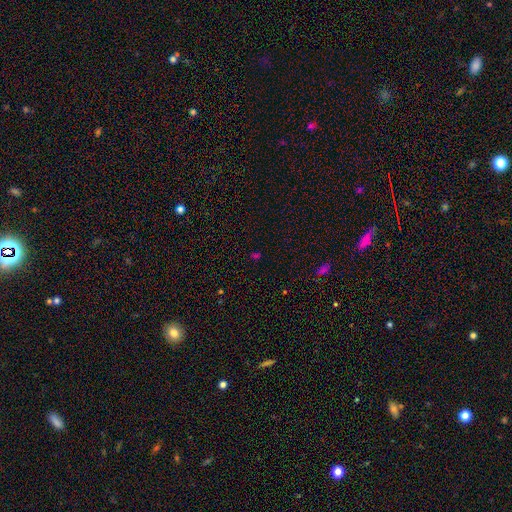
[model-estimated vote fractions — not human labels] This is possibly a star or artifact rather than a galaxy (51%).